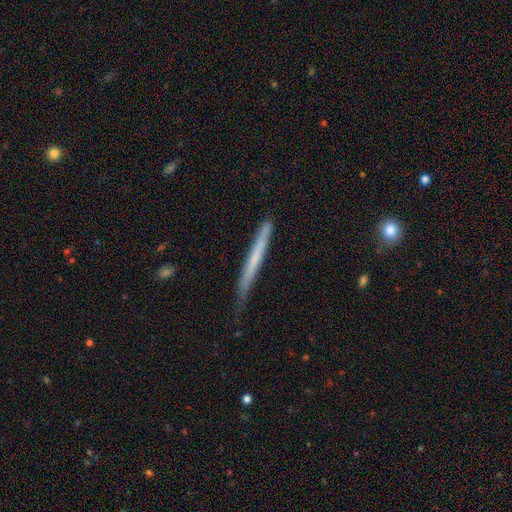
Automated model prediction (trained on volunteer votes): This appears to be a smooth galaxy with no disk features (53%) that is cigar-shaped (97%). Merging: none (71%).